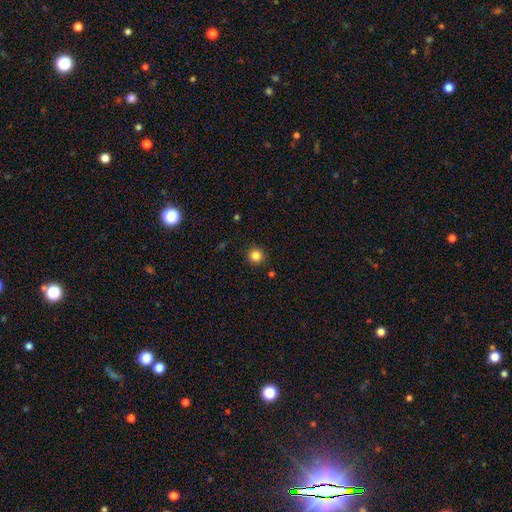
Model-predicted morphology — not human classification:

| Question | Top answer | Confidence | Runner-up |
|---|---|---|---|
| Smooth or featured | smooth | 83% | star or artifact (12%) |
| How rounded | round | 94% | in between (5%) |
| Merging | none | 90% | minor disturbance (6%) |